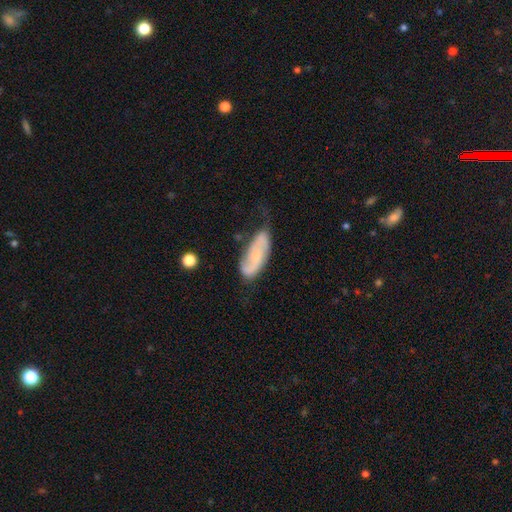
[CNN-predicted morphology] A featured or disk galaxy (58%) with no bar (63%), spiral arms (85%) and a small central bulge (59%).

Vote fractions:
- Smooth or featured? featured or disk: 58% / smooth: 35% / star or artifact: 7%
- Edge-on disk? no: 91% / yes: 9%
- Bar? no: 63% / weak: 29% / strong: 7%
- Spiral arms? yes: 85% / no: 15%
- Bulge size? small: 59% / moderate: 29% / none: 9% / large: 2% / dominant: 1%
- Merging? none: 47% / minor disturbance: 35% / major disturbance: 14% / merger: 4%